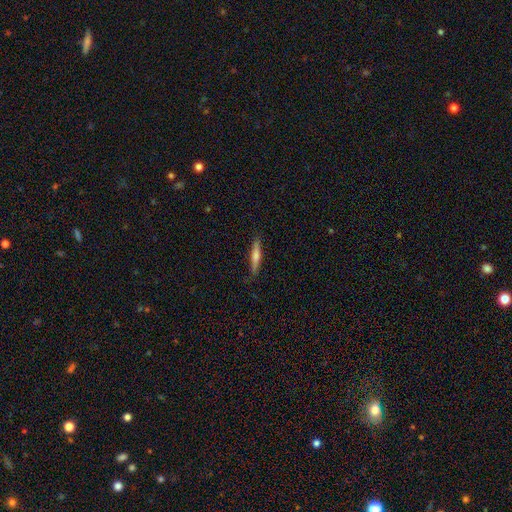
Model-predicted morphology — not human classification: smooth_or_featured: smooth (p=0.53) [alt: featured or disk p=0.41]
how_rounded: cigar-shaped (p=0.90) [alt: in between p=0.08]
merging: none (p=0.86) [alt: minor disturbance p=0.11]